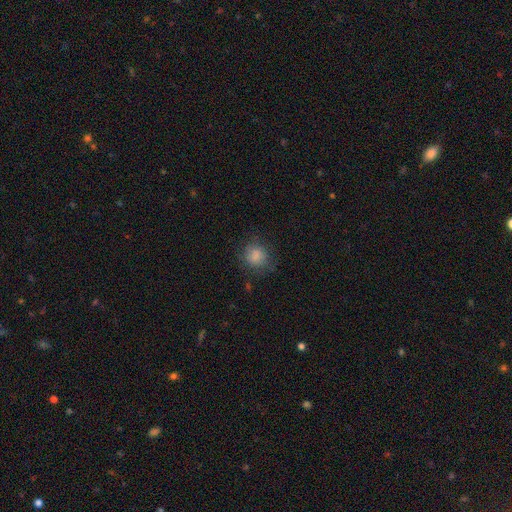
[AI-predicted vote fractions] This is clearly a smooth galaxy (84%). How rounded: clearly round (82%). Merging: likely none (77%).